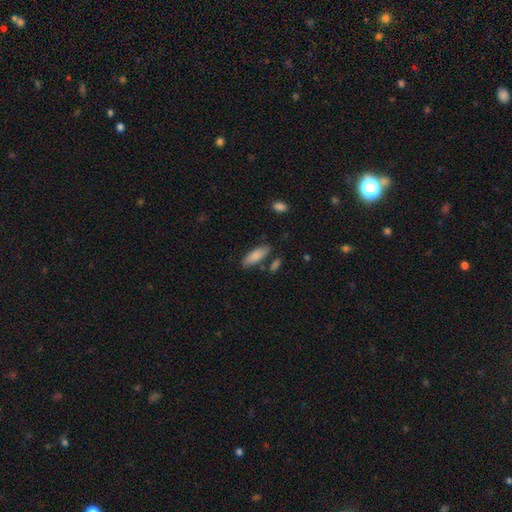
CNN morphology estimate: type=smooth (84%); roundness=in between (70%); merging=none (75%).